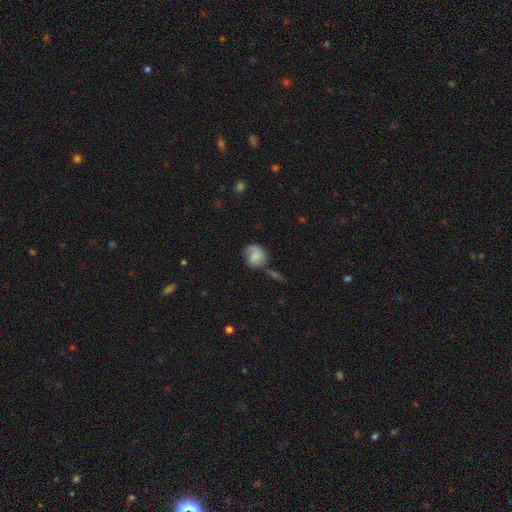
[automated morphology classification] Q: Smooth or featured?
A: smooth (53%); runner-up: featured or disk (38%)
Q: How rounded?
A: round (74%); runner-up: in between (25%)
Q: Merging?
A: none (52%); runner-up: minor disturbance (26%)